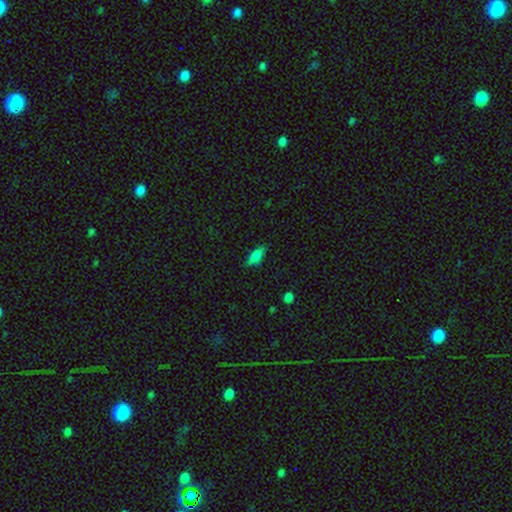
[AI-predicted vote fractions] Smooth or featured: smooth — 74% (featured or disk — 16%)
How rounded: in between — 63% (cigar-shaped — 34%)
Merging: none — 82% (minor disturbance — 14%)